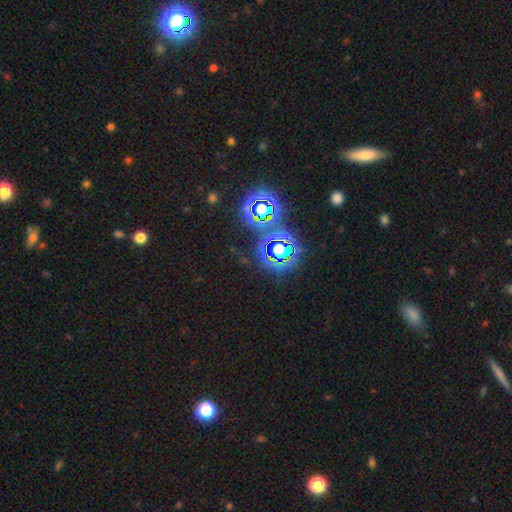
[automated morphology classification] This appears to be a star or artifact, not a galaxy (78%).